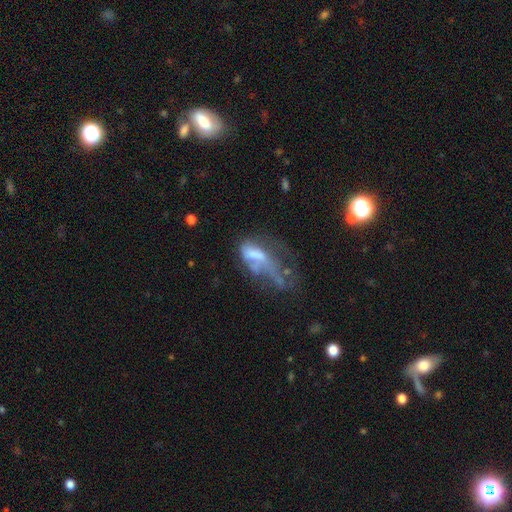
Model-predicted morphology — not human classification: smooth_or_featured: featured or disk (p=0.46) [alt: smooth p=0.41]
merging: major disturbance (p=0.53) [alt: merger p=0.20]